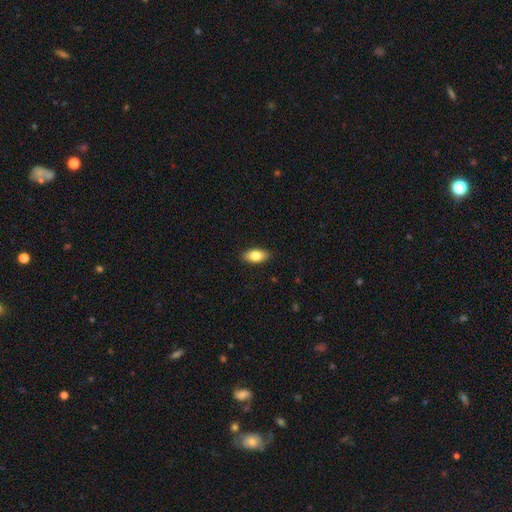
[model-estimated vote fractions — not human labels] Smooth or featured: smooth — 82% (featured or disk — 12%)
How rounded: in between — 90% (cigar-shaped — 6%)
Merging: none — 89% (minor disturbance — 8%)